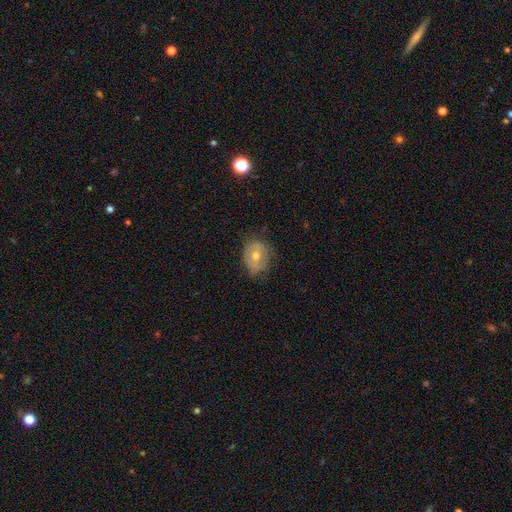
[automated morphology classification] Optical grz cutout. It shows a smooth galaxy with no disk features (45%). Merging: none (68%).